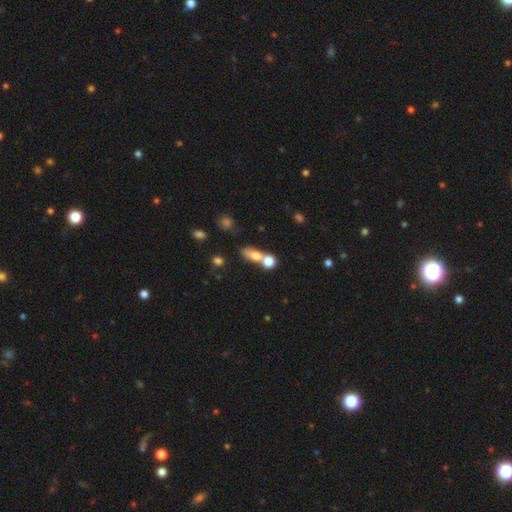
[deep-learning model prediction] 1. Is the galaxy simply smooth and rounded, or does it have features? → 73% smooth, 15% featured or disk, 12% star or artifact.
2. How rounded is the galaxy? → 51% in between, 35% round, 15% cigar-shaped.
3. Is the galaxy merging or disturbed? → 51% merger, 34% none, 9% minor disturbance, 6% major disturbance.